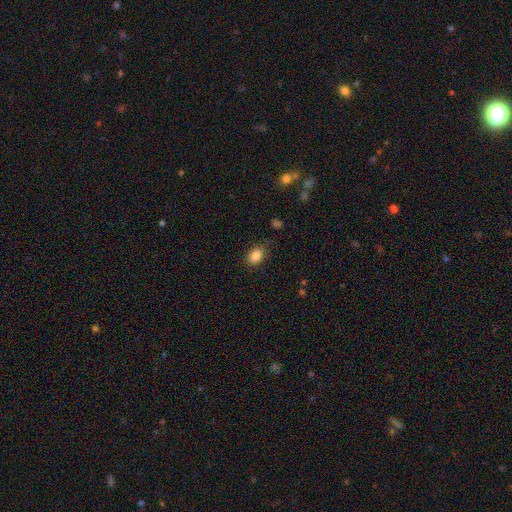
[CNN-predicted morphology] This is clearly a smooth galaxy (86%). How rounded: likely in between (79%). Merging: likely none (79%).